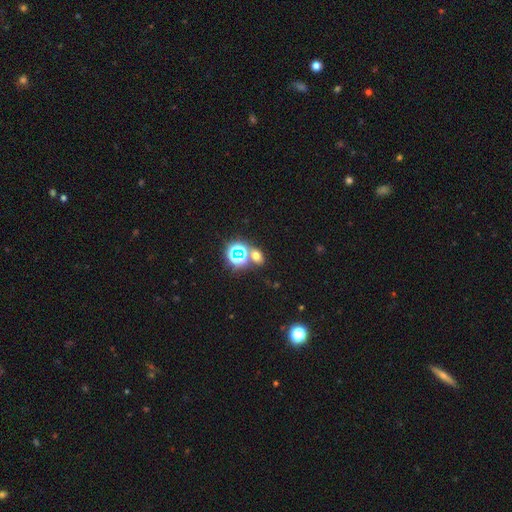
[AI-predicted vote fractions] Smooth or featured? smooth (49%)
Merging? none (68%)